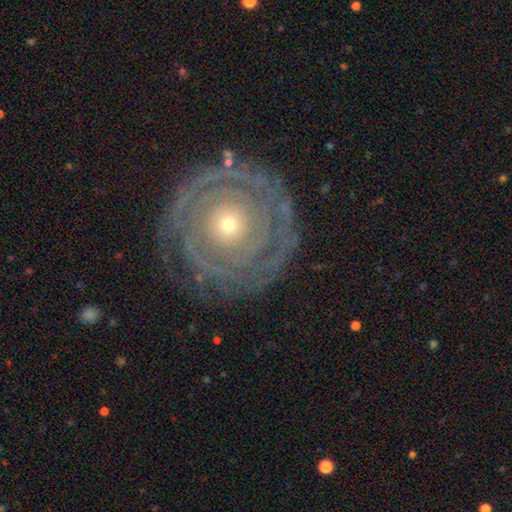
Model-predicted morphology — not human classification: Overall: featured or disk (77%). Edge-on disk: no (96%). Bar: no (87%). Spiral arms: yes (76%). Spiral arm count: can't tell (40%; 2 22%). Spiral winding: tight (85%). Bulge size: small (66%; moderate 30%). Merging: none (81%).